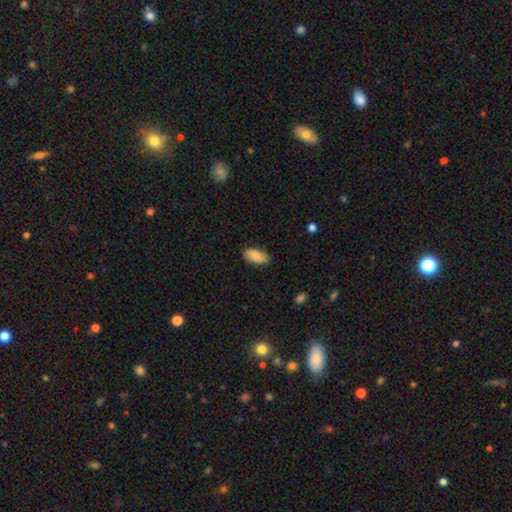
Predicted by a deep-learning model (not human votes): Smooth or featured?
  - smooth: 82% *
  - featured or disk: 11%
  - star or artifact: 6%
How rounded?
  - in between: 94% *
  - cigar-shaped: 4%
  - round: 3%
Merging?
  - none: 83% *
  - minor disturbance: 13%
  - major disturbance: 2%
  - merger: 1%